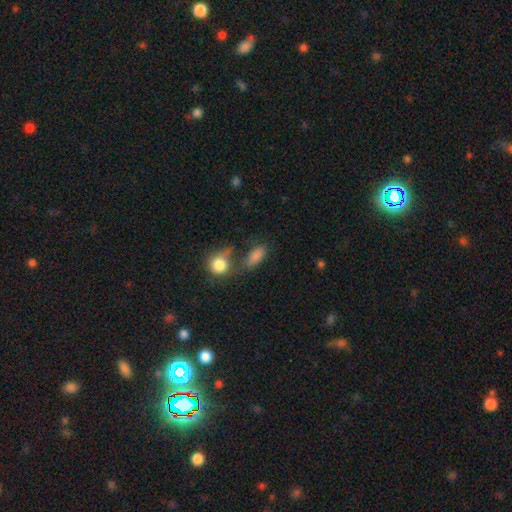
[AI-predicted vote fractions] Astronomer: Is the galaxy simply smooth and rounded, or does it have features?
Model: smooth — 79%.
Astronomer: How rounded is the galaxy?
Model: in between — 79%.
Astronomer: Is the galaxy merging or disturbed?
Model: none — 47% (runner-up: merger, 25%).